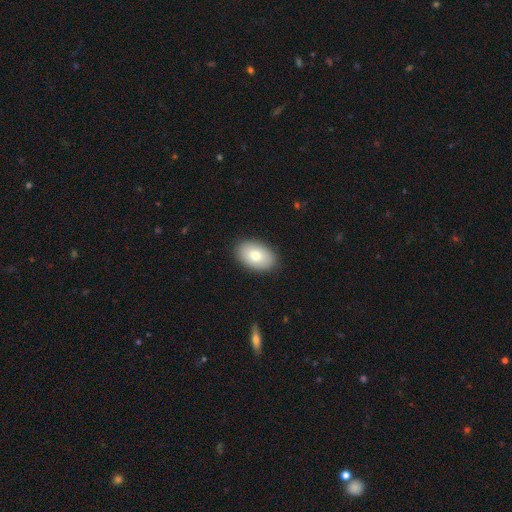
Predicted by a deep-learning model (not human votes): Smooth or featured? Predicted: smooth (p=0.79). How rounded? Predicted: in between (p=0.90). Merging? Predicted: none (p=0.88).